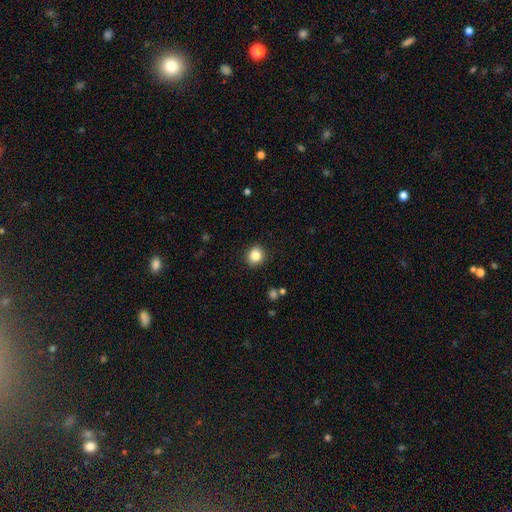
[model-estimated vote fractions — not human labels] Morphology: type=smooth (85%); roundness=round (77%); merging=none (90%).